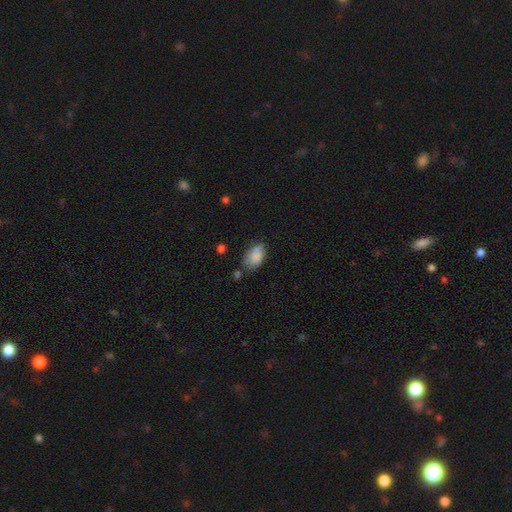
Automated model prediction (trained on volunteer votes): A smooth galaxy with no disk features (83%) that is in between round and cigar-shaped (89%).

Vote fractions:
- Smooth or featured? smooth: 83% / featured or disk: 9% / star or artifact: 8%
- How rounded? in between: 89% / round: 9% / cigar-shaped: 2%
- Merging? none: 53% / minor disturbance: 32% / major disturbance: 9% / merger: 6%